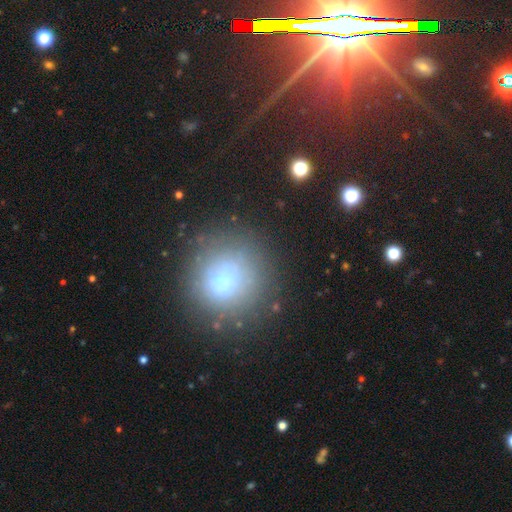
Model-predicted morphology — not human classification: smooth_or_featured: smooth (p=0.53) [alt: star or artifact p=0.29]
how_rounded: round (p=0.90) [alt: in between p=0.09]
merging: none (p=0.82) [alt: minor disturbance p=0.11]